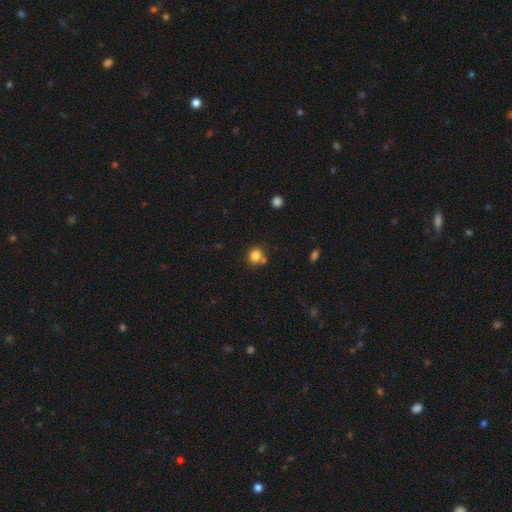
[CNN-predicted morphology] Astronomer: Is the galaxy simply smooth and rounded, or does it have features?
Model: smooth — 82%.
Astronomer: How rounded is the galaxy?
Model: round — 82%.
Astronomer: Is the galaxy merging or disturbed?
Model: none — 66%.